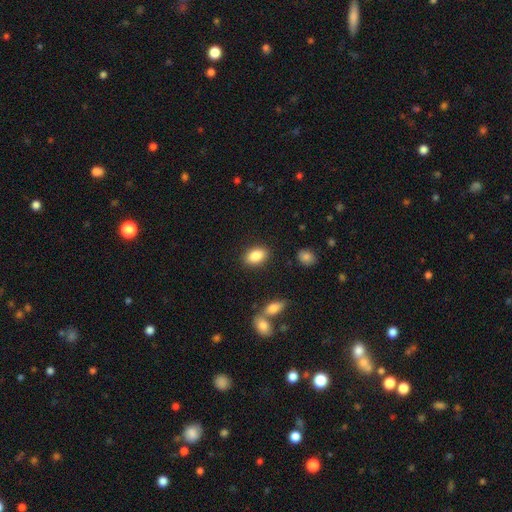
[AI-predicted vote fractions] The model was most divided on "merging": none: 86%, minor disturbance: 9%, merger: 3%, major disturbance: 3%. More confident: how rounded — in between (88%); smooth or featured — smooth (87%).